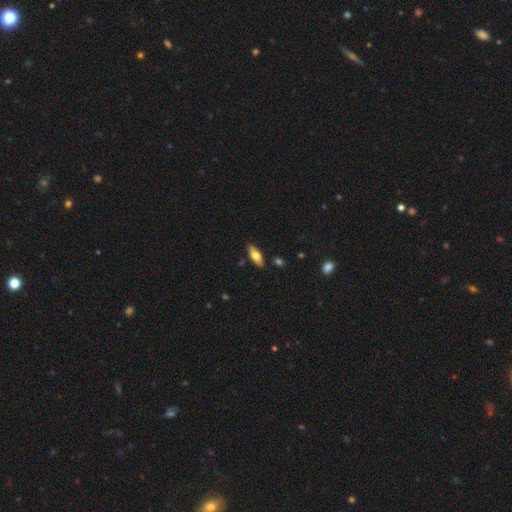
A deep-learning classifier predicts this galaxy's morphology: This appears to be a smooth galaxy with no disk features (64%) that is in between round and cigar-shaped (71%). Merging: none (84%).